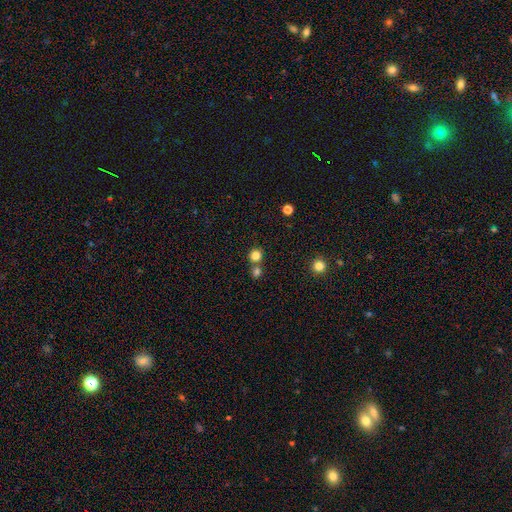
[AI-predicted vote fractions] Overall: smooth (82%). How rounded: round (90%). Merging: none (64%; merger 27%).